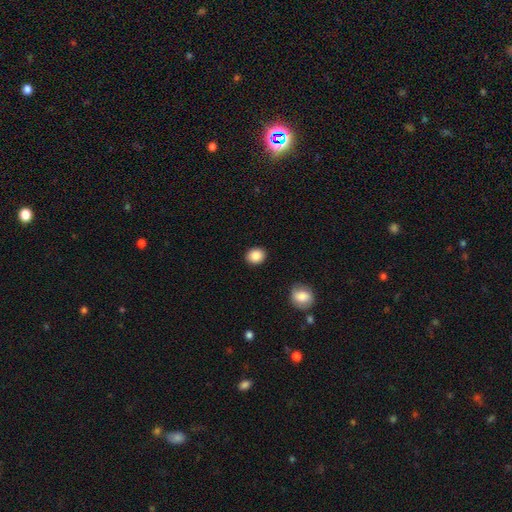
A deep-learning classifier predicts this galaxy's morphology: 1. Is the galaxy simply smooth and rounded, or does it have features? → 88% smooth, 8% star or artifact, 4% featured or disk.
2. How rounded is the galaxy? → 63% round, 36% in between, 1% cigar-shaped.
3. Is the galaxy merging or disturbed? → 89% none, 7% minor disturbance, 2% major disturbance, 1% merger.